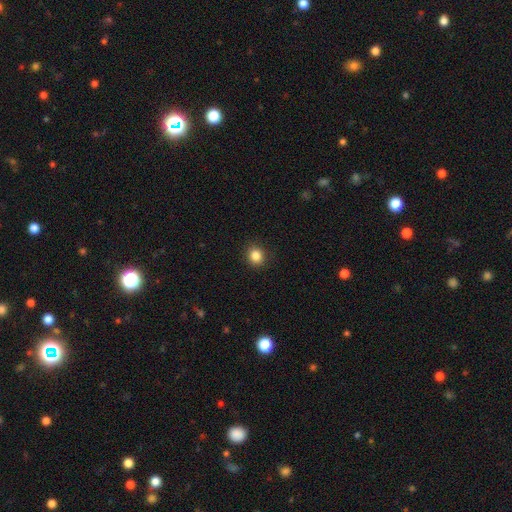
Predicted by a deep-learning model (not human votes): Q: Smooth or featured?
A: smooth (85%); runner-up: star or artifact (11%)
Q: How rounded?
A: round (86%); runner-up: in between (13%)
Q: Merging?
A: none (91%); runner-up: minor disturbance (6%)